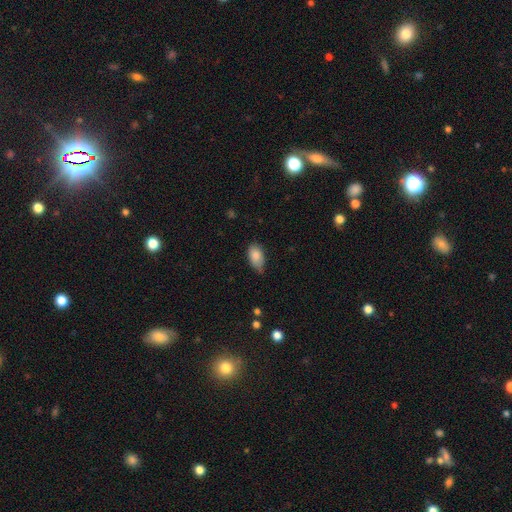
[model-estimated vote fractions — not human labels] smooth 85%, featured or disk 8%, star or artifact 7%. Down the decision tree: how rounded — in between (92%); merging — none (57%).